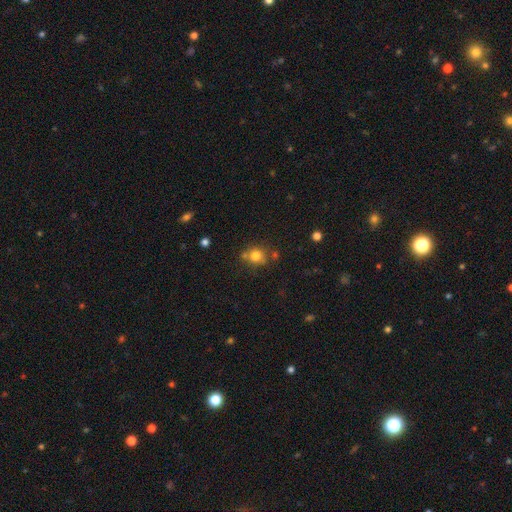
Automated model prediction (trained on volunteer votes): A smooth galaxy with no disk features (78%) that is round (79%).

Vote fractions:
- Smooth or featured? smooth: 78% / star or artifact: 13% / featured or disk: 9%
- How rounded? round: 79% / in between: 20% / cigar-shaped: 1%
- Merging? none: 64% / merger: 16% / minor disturbance: 15% / major disturbance: 5%